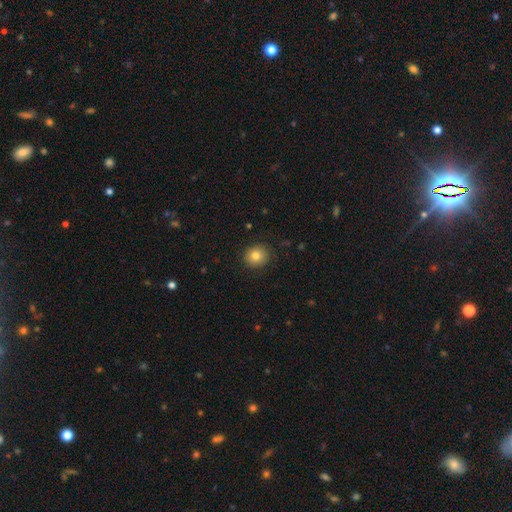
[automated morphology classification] Smooth or featured? smooth (81%)
How rounded? round (85%)
Merging? none (90%)